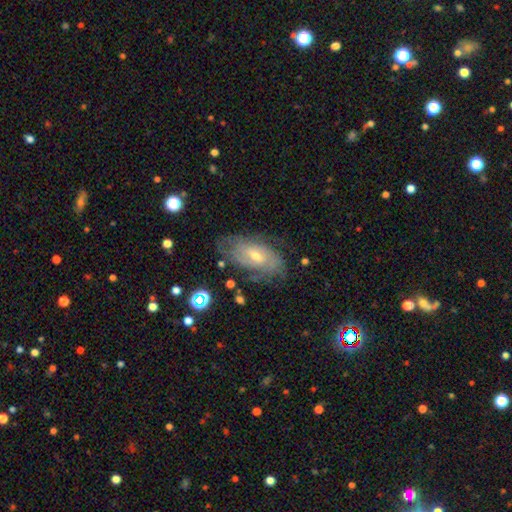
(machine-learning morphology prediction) featured or disk 74%, smooth 18%, star or artifact 8%. Down the decision tree: edge-on disk — no (93%); bar — no (47%); spiral arms — yes (87%); spiral arm count — can't tell (54%); spiral winding — tight (61%); bulge size — small (51%); merging — none (67%).